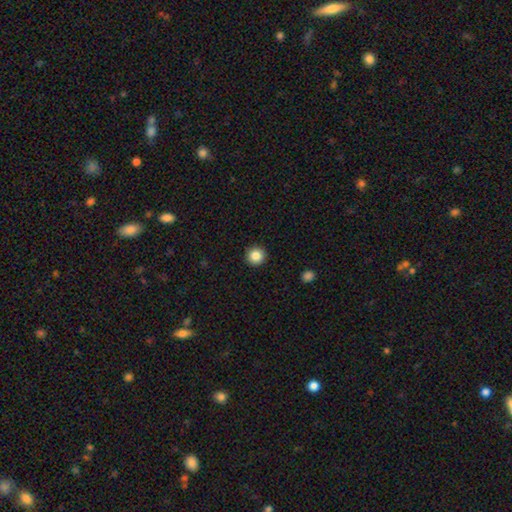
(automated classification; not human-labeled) smooth-or-featured: smooth: 86% | star or artifact: 10% | featured or disk: 5%
  how-rounded: round: 95% | in between: 4% | cigar-shaped: 1%
  merging: none: 93% | minor disturbance: 4% | major disturbance: 1% | merger: 1%